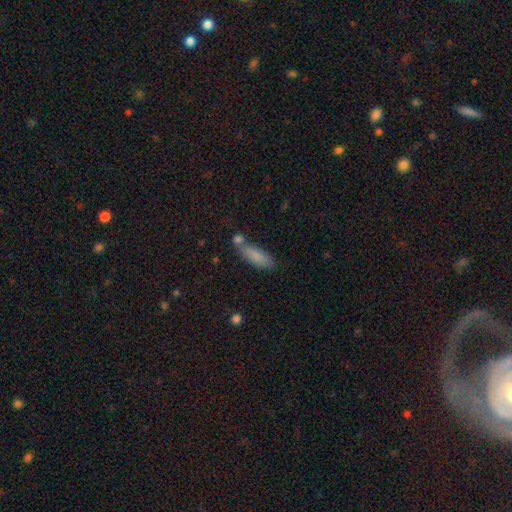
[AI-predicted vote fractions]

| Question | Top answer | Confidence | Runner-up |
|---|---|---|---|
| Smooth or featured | smooth | 83% | featured or disk (10%) |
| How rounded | in between | 57% | cigar-shaped (41%) |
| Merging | none | 63% | merger (17%) |